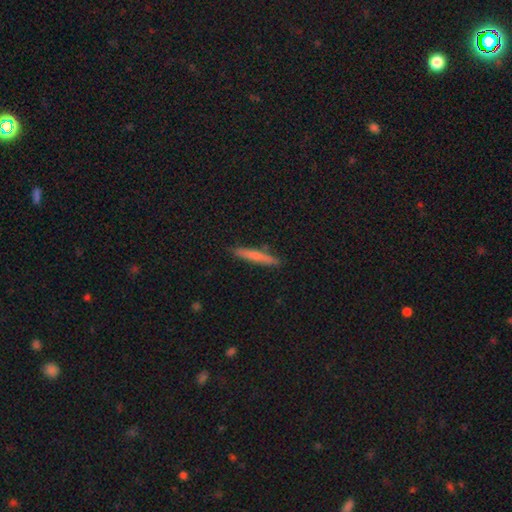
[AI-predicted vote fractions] This is likely a smooth galaxy (69%). How rounded: clearly cigar-shaped (95%). Merging: clearly none (89%).